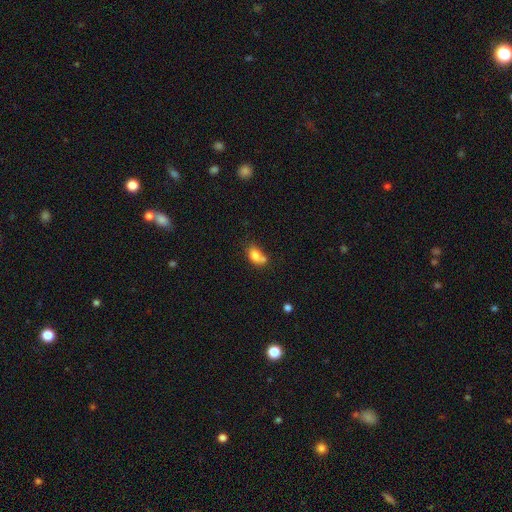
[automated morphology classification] Smooth or featured?
  - smooth: 78% *
  - featured or disk: 12%
  - star or artifact: 10%
How rounded?
  - in between: 74% *
  - round: 24%
  - cigar-shaped: 2%
Merging?
  - merger: 38% *
  - none: 34%
  - minor disturbance: 19%
  - major disturbance: 9%